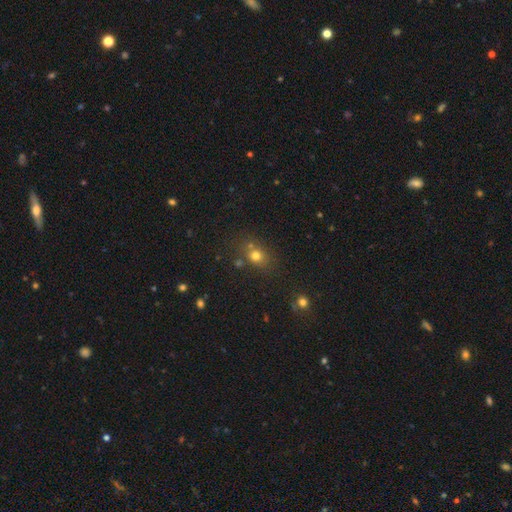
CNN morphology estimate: Q: Smooth or featured?
A: smooth (72%); runner-up: star or artifact (18%)
Q: How rounded?
A: round (64%); runner-up: in between (34%)
Q: Merging?
A: none (66%); runner-up: merger (15%)